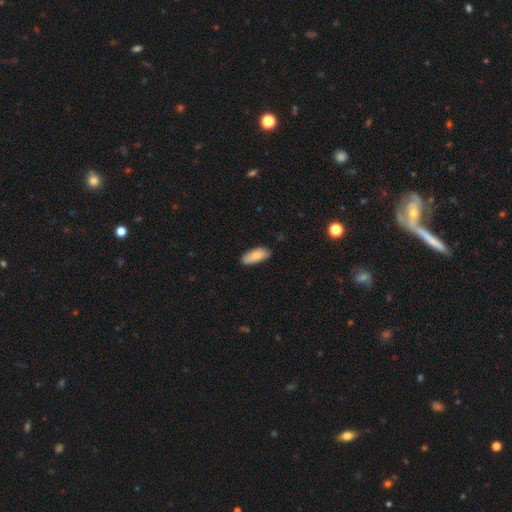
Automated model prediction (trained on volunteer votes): smooth-or-featured: smooth: 80% | featured or disk: 14% | star or artifact: 6%
  how-rounded: in between: 83% | cigar-shaped: 15% | round: 2%
  merging: none: 82% | minor disturbance: 15% | major disturbance: 2% | merger: 1%